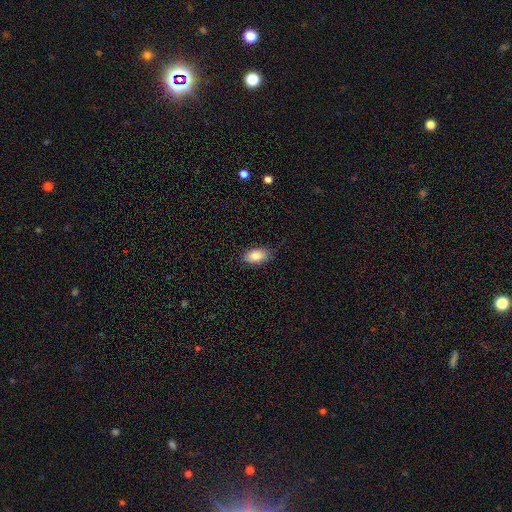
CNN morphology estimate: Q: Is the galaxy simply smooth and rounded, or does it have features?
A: smooth — 86%.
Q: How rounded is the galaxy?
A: in between — 93%.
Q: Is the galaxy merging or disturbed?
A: none — 79%.